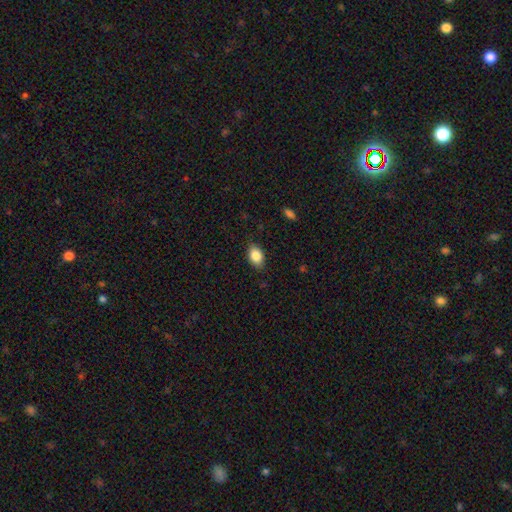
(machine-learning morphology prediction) Smooth or featured?
  - smooth: 86% *
  - star or artifact: 8%
  - featured or disk: 6%
How rounded?
  - in between: 85% *
  - round: 14%
  - cigar-shaped: 1%
Merging?
  - none: 84% *
  - minor disturbance: 13%
  - major disturbance: 3%
  - merger: 1%